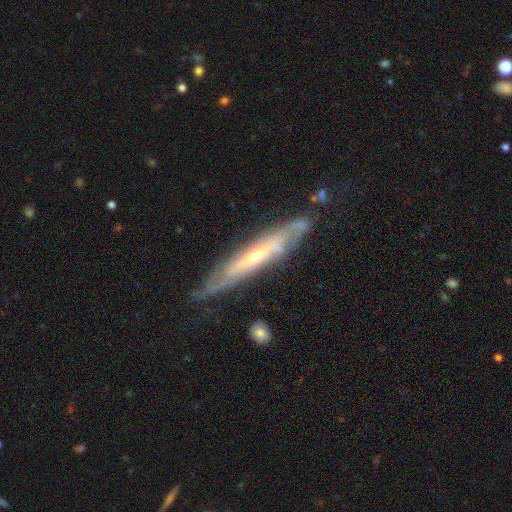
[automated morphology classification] The model was most divided on "edge-on disk": yes: 55%, no: 45%. More confident: smooth or featured — featured or disk (79%); merging — none (73%).